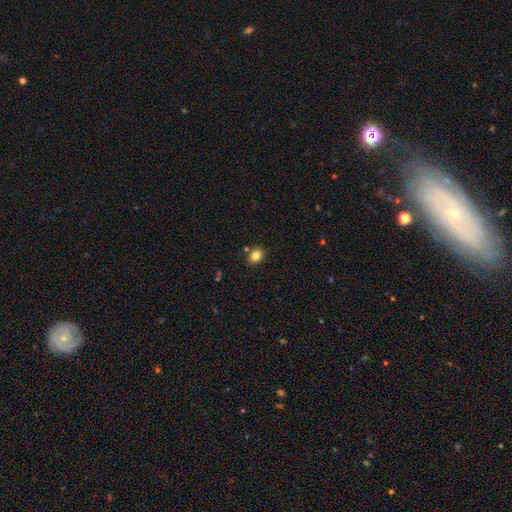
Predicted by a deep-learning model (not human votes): This appears to be a smooth galaxy with no disk features (84%) that is in between round and cigar-shaped (54%). Merging: none (83%).